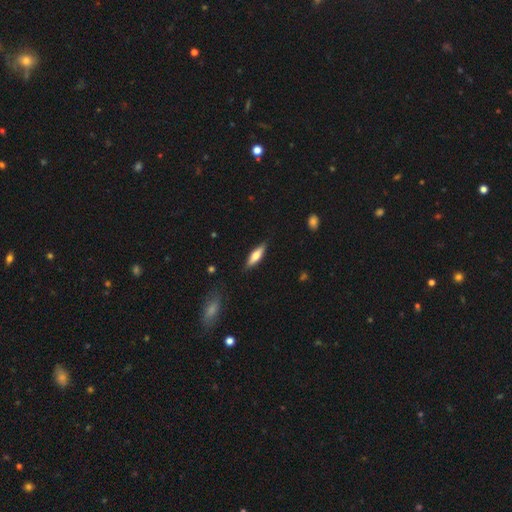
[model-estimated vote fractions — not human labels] Smooth or featured: smooth — 60% (featured or disk — 34%)
How rounded: cigar-shaped — 59% (in between — 39%)
Merging: none — 86% (minor disturbance — 11%)